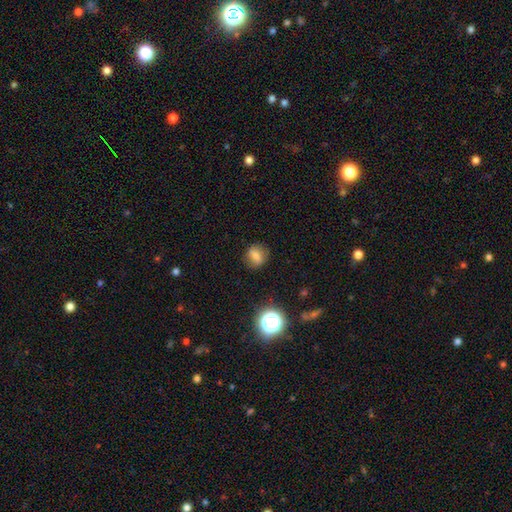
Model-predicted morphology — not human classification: This is likely a smooth galaxy (69%). How rounded: likely round (70%). Merging: clearly none (83%).